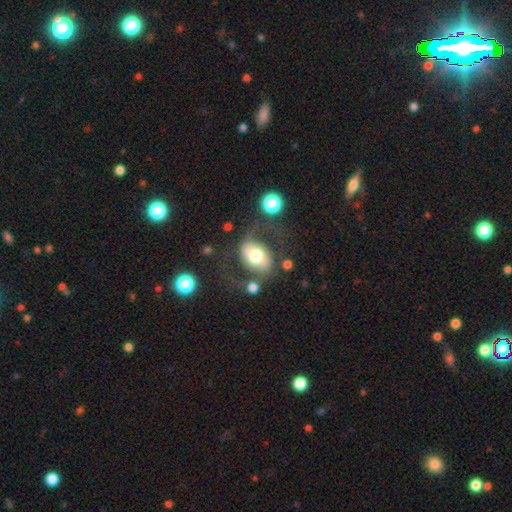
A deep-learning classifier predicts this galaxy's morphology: featured or disk 46% (tied), smooth 46% (tied), star or artifact 8%. Down the decision tree: merging — none (51%).